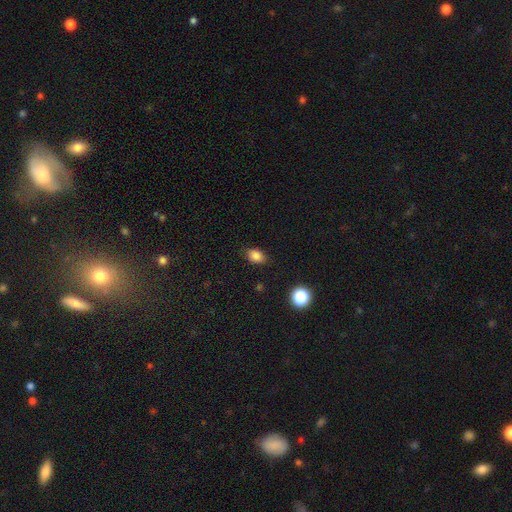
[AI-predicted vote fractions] smooth 84%, star or artifact 11%, featured or disk 5%. Down the decision tree: how rounded — in between (74%); merging — none (80%).